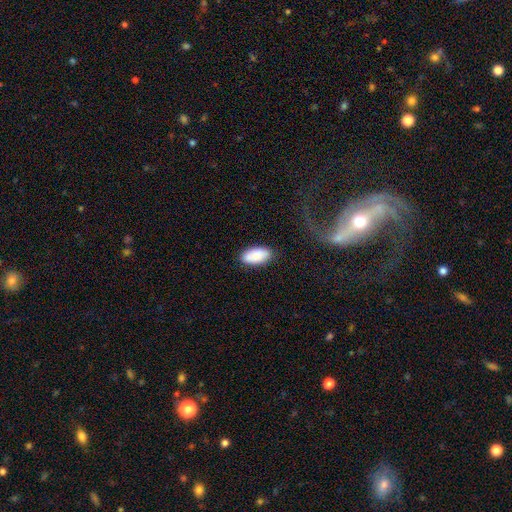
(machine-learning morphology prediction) Smooth or featured?
  - smooth: 88% *
  - star or artifact: 6%
  - featured or disk: 6%
How rounded?
  - in between: 94% *
  - cigar-shaped: 4%
  - round: 2%
Merging?
  - none: 83% *
  - minor disturbance: 13%
  - major disturbance: 3%
  - merger: 1%